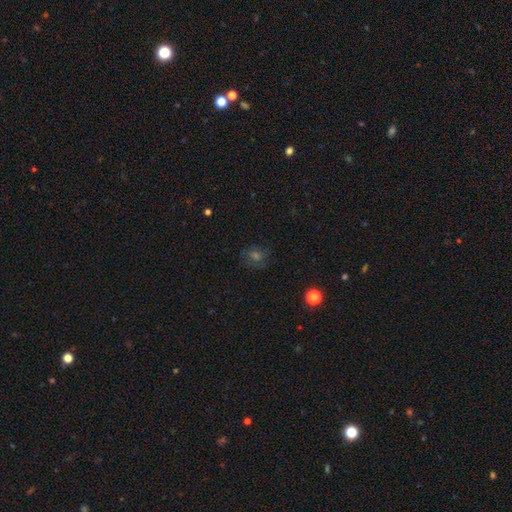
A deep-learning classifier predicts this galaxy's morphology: smooth 45%, star or artifact 34%, featured or disk 21%. Down the decision tree: merging — none (76%).